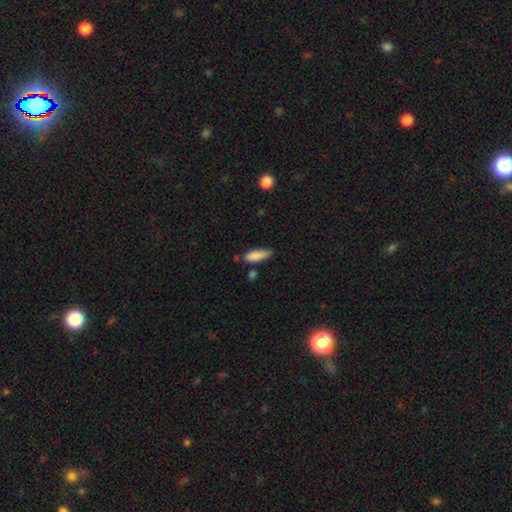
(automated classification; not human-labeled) Smooth or featured?
  - smooth: 86% *
  - star or artifact: 7%
  - featured or disk: 7%
How rounded?
  - in between: 65% *
  - cigar-shaped: 33%
  - round: 2%
Merging?
  - none: 62% *
  - minor disturbance: 28%
  - merger: 6%
  - major disturbance: 5%